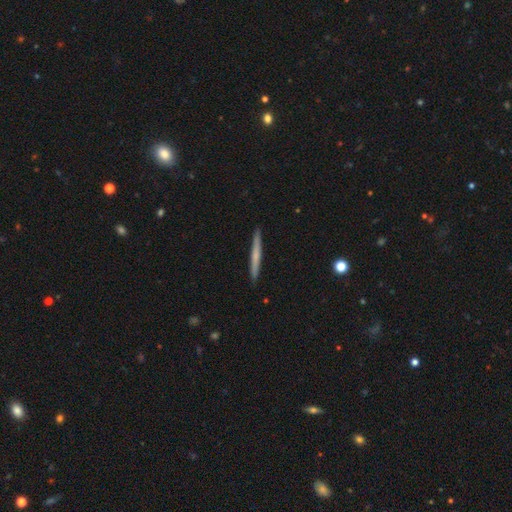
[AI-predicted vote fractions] The model was most divided on "smooth or featured": smooth: 52%, featured or disk: 42%, star or artifact: 6%. More confident: how rounded — cigar-shaped (97%); merging — none (92%).